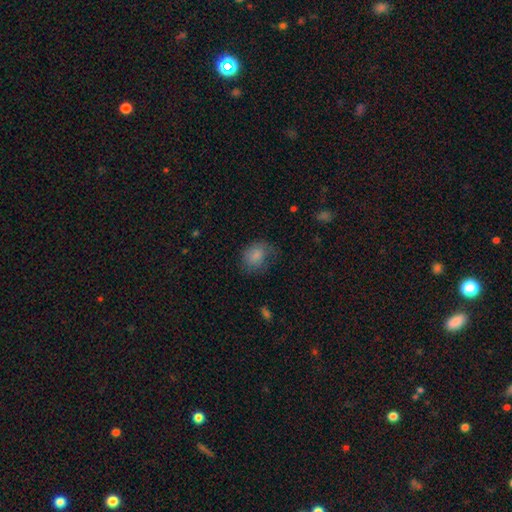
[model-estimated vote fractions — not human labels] A smooth galaxy with no disk features (79%) that is in between round and cigar-shaped (50%).

Vote fractions:
- Smooth or featured? smooth: 79% / featured or disk: 12% / star or artifact: 9%
- How rounded? in between: 50% / round: 49% / cigar-shaped: 1%
- Merging? none: 54% / minor disturbance: 28% / major disturbance: 17% / merger: 2%